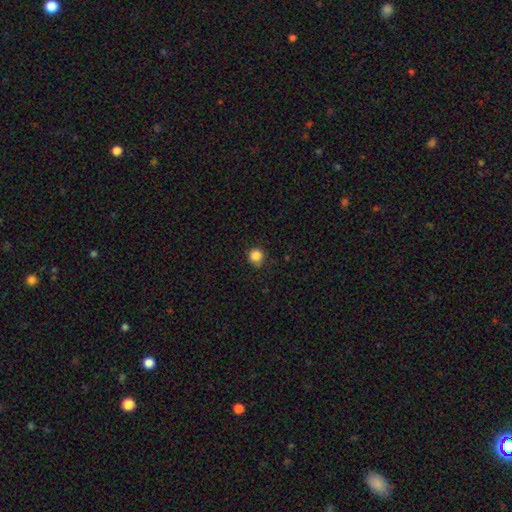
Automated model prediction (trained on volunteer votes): smooth_or_featured: smooth (p=0.85) [alt: star or artifact p=0.11]
how_rounded: round (p=0.91) [alt: in between p=0.08]
merging: none (p=0.82) [alt: minor disturbance p=0.14]